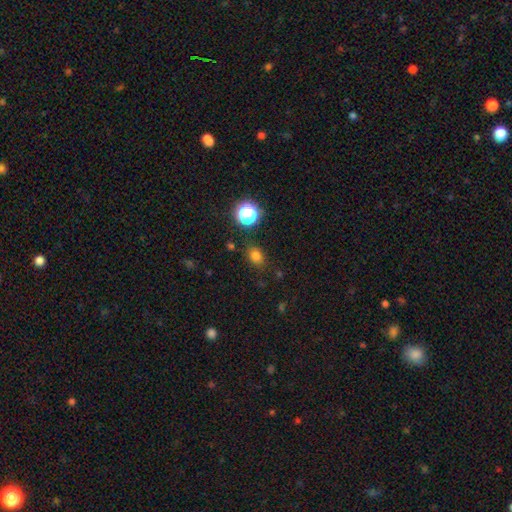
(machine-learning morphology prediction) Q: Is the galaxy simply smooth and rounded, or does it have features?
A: smooth — 76%.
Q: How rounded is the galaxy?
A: in between — 56%.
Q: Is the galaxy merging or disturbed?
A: none — 82%.